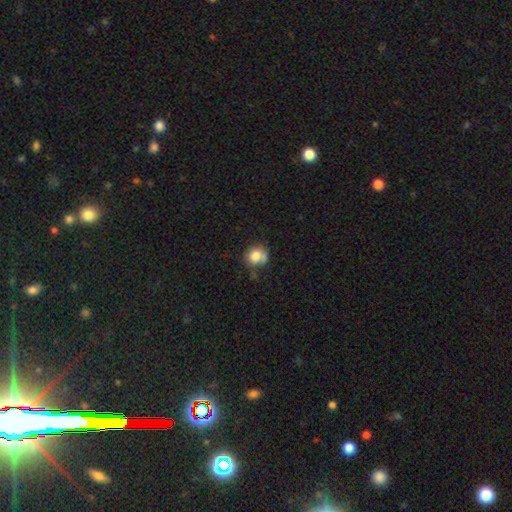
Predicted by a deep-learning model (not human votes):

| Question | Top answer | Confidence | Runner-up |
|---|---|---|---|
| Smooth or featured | smooth | 81% | featured or disk (10%) |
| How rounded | round | 79% | in between (20%) |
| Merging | none | 59% | minor disturbance (26%) |